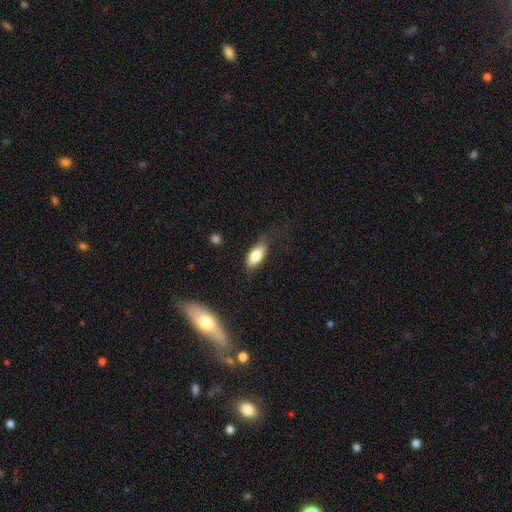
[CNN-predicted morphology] A smooth galaxy with no disk features (77%) that is in between round and cigar-shaped (82%).

Vote fractions:
- Smooth or featured? smooth: 77% / featured or disk: 16% / star or artifact: 7%
- How rounded? in between: 82% / cigar-shaped: 15% / round: 3%
- Merging? none: 56% / minor disturbance: 28% / major disturbance: 13% / merger: 2%